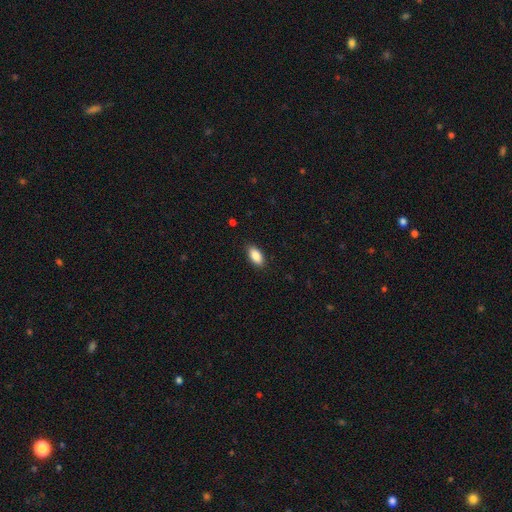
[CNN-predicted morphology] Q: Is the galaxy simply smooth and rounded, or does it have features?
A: smooth — 88%.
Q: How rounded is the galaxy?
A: in between — 91%.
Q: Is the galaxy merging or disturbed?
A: none — 88%.